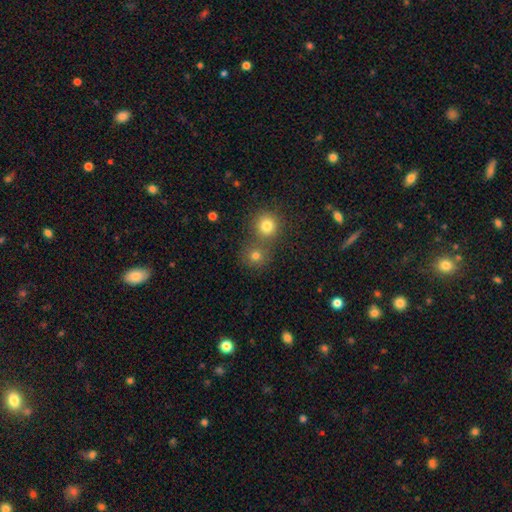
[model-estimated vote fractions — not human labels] smooth_or_featured: smooth (p=0.76) [alt: star or artifact p=0.16]
how_rounded: round (p=0.89) [alt: in between p=0.10]
merging: none (p=0.57) [alt: merger p=0.34]